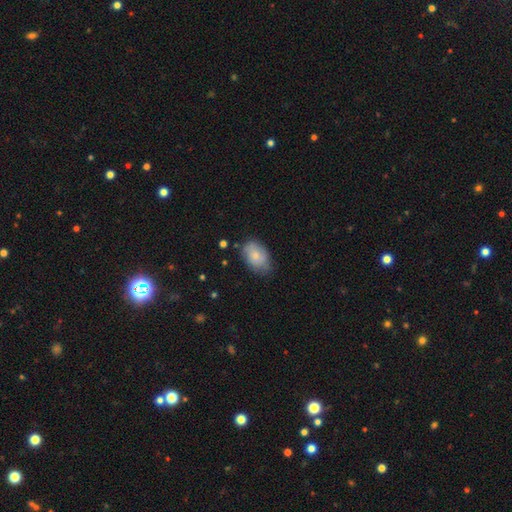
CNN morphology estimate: A smooth galaxy with no disk features (76%) that is in between round and cigar-shaped (87%).

Vote fractions:
- Smooth or featured? smooth: 76% / featured or disk: 17% / star or artifact: 7%
- How rounded? in between: 87% / round: 12% / cigar-shaped: 1%
- Merging? none: 63% / minor disturbance: 28% / major disturbance: 6% / merger: 2%